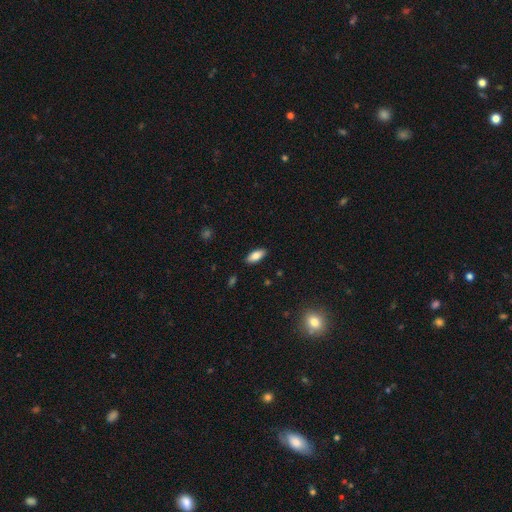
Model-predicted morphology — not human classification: This is clearly a smooth galaxy (83%). How rounded: clearly in between (85%). Merging: clearly none (89%).